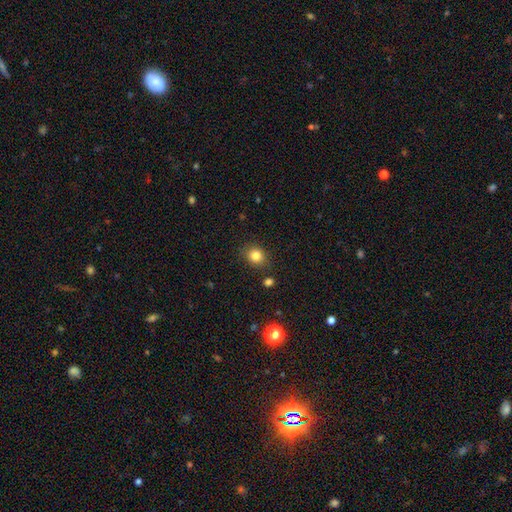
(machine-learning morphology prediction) Smooth or featured? Predicted: smooth (p=0.83). How rounded? Predicted: round (p=0.68). Merging? Predicted: none (p=0.84).